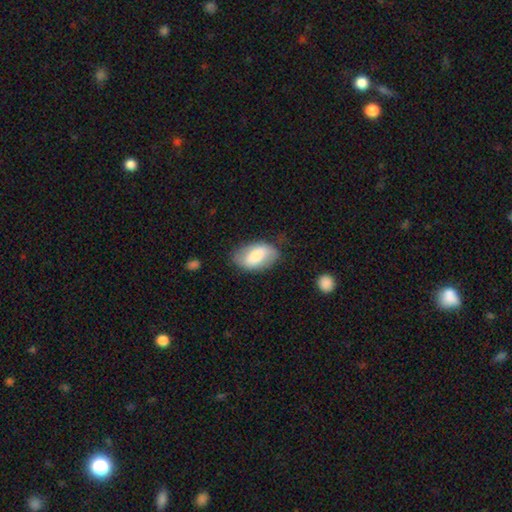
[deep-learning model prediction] Smooth or featured? smooth (66%)
How rounded? in between (93%)
Merging? none (73%)